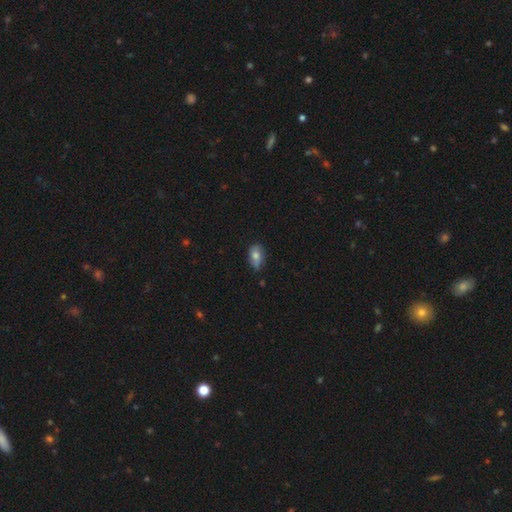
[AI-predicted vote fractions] A smooth galaxy with no disk features (73%) that is in between round and cigar-shaped (87%). Merging: none (56%).